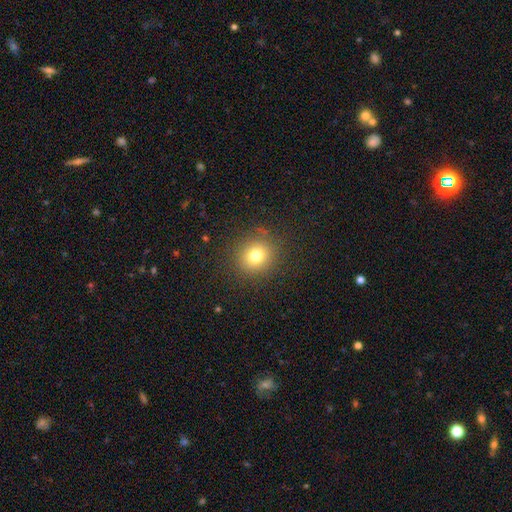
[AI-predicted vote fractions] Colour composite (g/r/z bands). It shows a smooth galaxy with no disk features (77%) that is round (86%). Merging: none (87%).